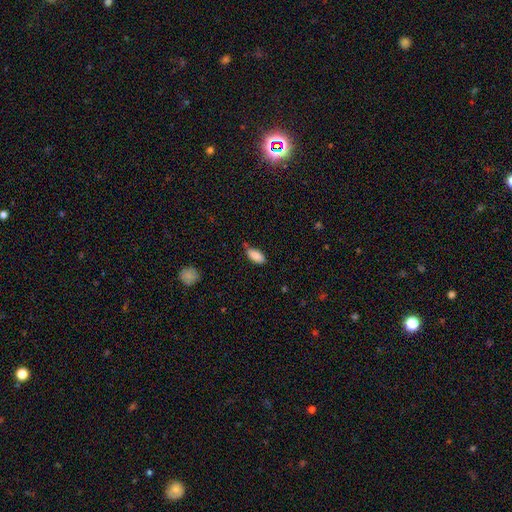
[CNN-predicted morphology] Q: Smooth or featured?
A: smooth (87%); runner-up: star or artifact (7%)
Q: How rounded?
A: in between (89%); runner-up: cigar-shaped (9%)
Q: Merging?
A: none (66%); runner-up: minor disturbance (27%)